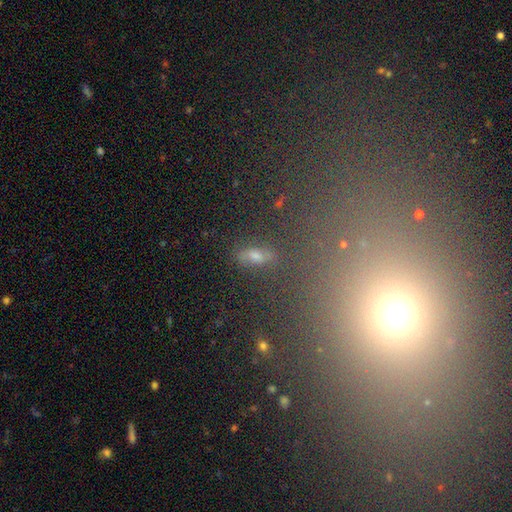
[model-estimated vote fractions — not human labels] smooth_or_featured: smooth (p=0.47) [alt: featured or disk p=0.28]
merging: none (p=0.76) [alt: minor disturbance p=0.13]